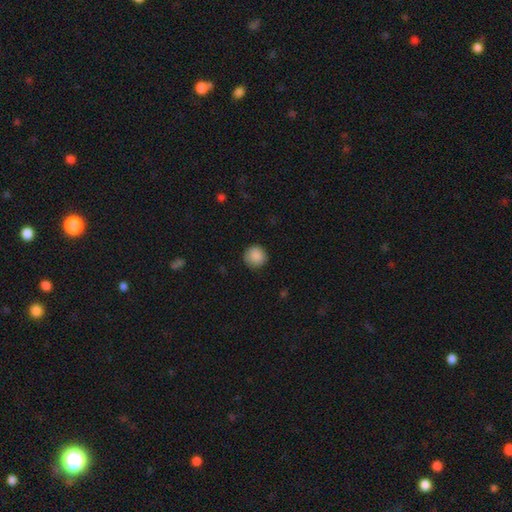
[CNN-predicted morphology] Smooth or featured? smooth (88%)
How rounded? round (93%)
Merging? none (86%)